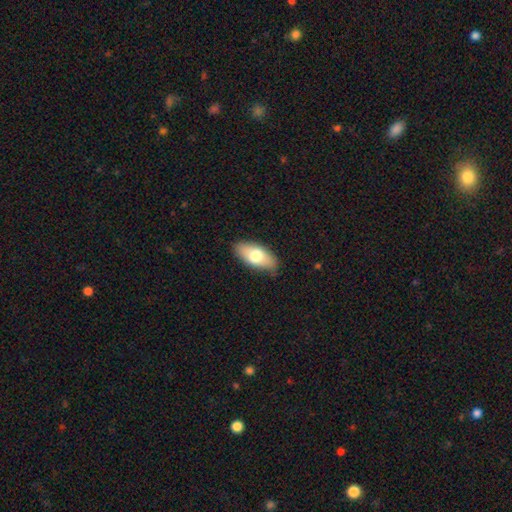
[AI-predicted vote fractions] smooth 71%, featured or disk 23%, star or artifact 6%. Down the decision tree: how rounded — in between (89%); merging — none (83%).